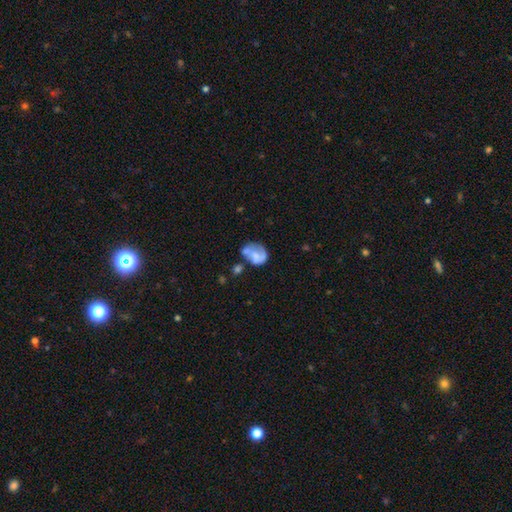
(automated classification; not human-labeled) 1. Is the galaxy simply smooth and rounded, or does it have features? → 48% smooth, 44% featured or disk, 8% star or artifact.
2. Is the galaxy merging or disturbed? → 32% none, 24% merger, 24% minor disturbance, 20% major disturbance.